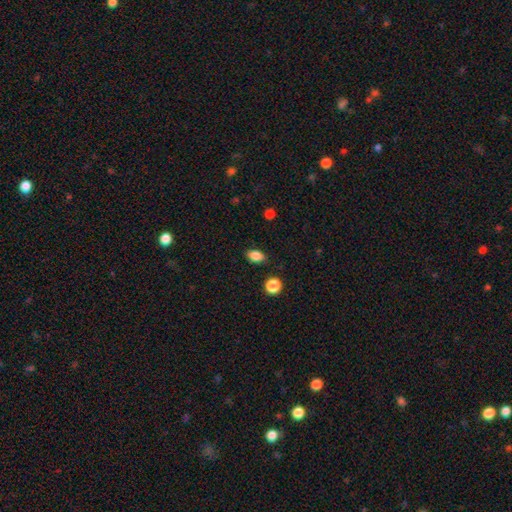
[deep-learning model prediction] Q: Smooth or featured?
A: smooth (86%); runner-up: star or artifact (10%)
Q: How rounded?
A: in between (83%); runner-up: round (15%)
Q: Merging?
A: none (86%); runner-up: minor disturbance (10%)